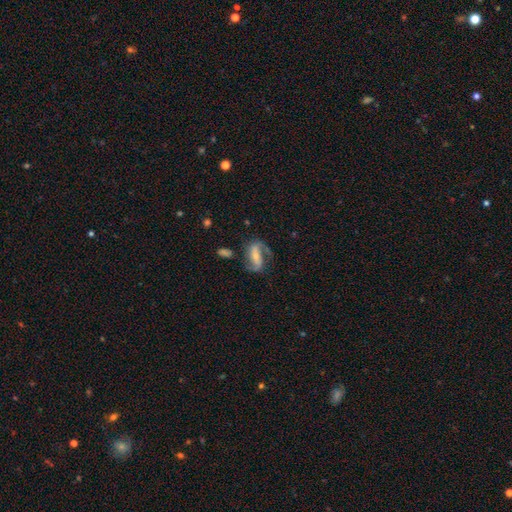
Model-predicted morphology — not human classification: Q: Smooth or featured?
A: featured or disk (83%); runner-up: smooth (12%)
Q: Edge-on disk?
A: no (96%); runner-up: yes (4%)
Q: Bar?
A: strong (54%); runner-up: weak (28%)
Q: Spiral arms?
A: yes (94%); runner-up: no (6%)
Q: Spiral winding?
A: medium (46%); runner-up: loose (38%)
Q: Spiral arm count?
A: 2 (87%); runner-up: 1 (6%)
Q: Bulge size?
A: small (57%); runner-up: moderate (35%)
Q: Merging?
A: none (68%); runner-up: minor disturbance (17%)